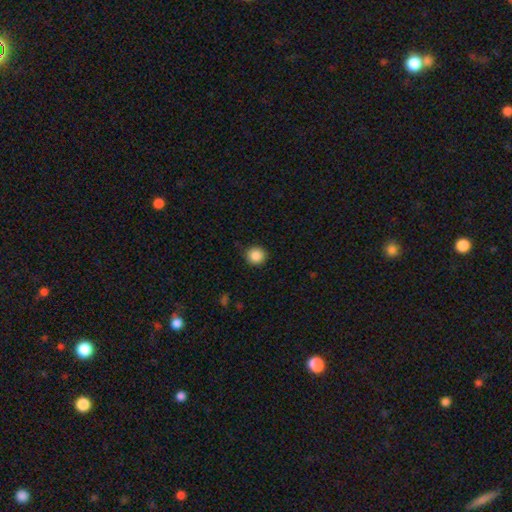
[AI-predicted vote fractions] Overall: smooth (87%). How rounded: round (92%). Merging: none (88%).